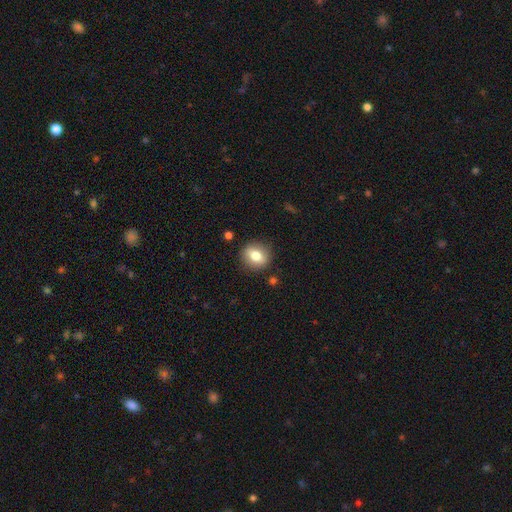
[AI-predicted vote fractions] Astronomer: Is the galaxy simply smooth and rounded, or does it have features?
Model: smooth — 75%.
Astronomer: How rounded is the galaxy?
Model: round — 74%.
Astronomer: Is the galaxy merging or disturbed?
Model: none — 87%.